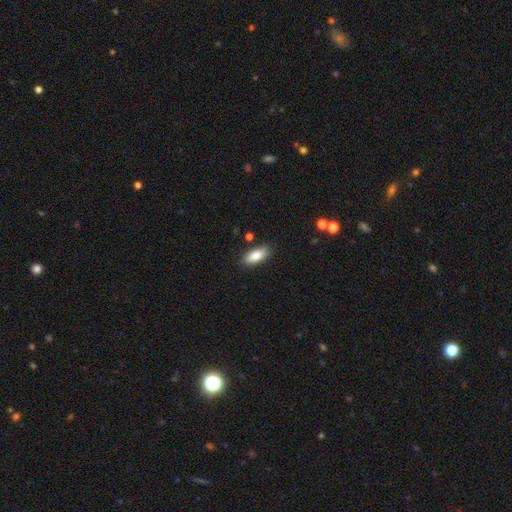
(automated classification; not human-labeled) Smooth or featured? smooth (83%)
How rounded? in between (81%)
Merging? none (84%)